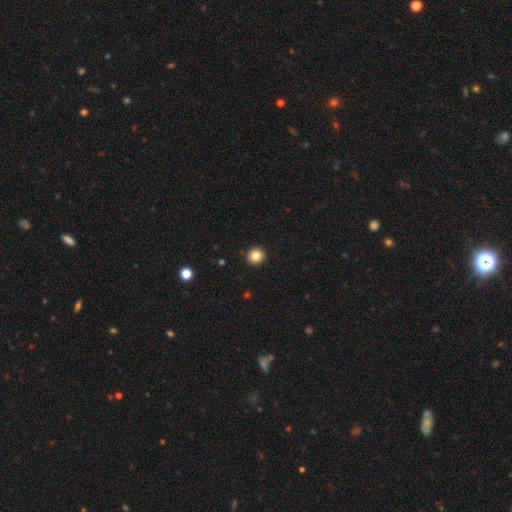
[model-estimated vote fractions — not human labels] smooth-or-featured: smooth: 84% | star or artifact: 10% | featured or disk: 6%
  how-rounded: round: 93% | in between: 6% | cigar-shaped: 1%
  merging: none: 93% | minor disturbance: 4% | major disturbance: 1% | merger: 1%